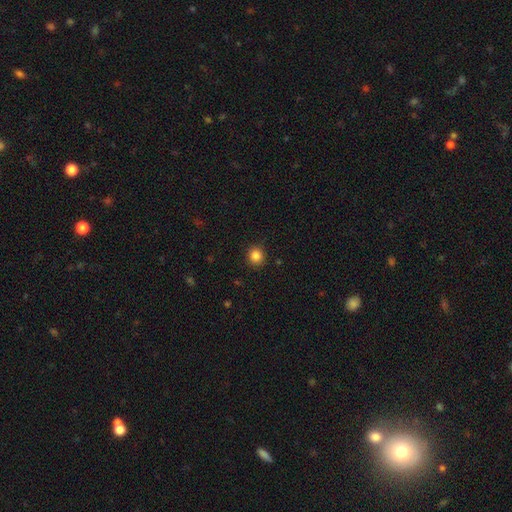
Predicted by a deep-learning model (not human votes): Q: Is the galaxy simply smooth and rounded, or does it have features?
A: smooth — 85%.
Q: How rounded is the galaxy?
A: round — 88%.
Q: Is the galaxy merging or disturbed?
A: none — 90%.